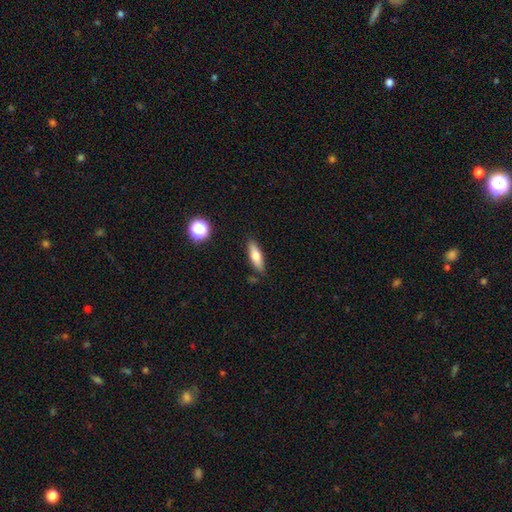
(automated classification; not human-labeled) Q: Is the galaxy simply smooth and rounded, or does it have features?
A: smooth — 66%.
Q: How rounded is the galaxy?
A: cigar-shaped — 54%.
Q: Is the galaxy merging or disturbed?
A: none — 85%.